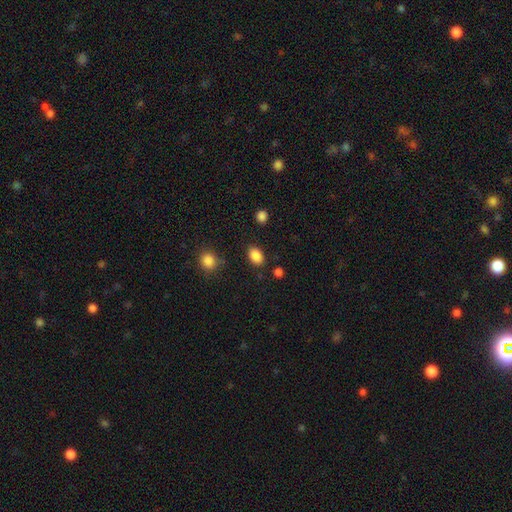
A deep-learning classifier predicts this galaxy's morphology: smooth_or_featured: smooth (p=0.87) [alt: star or artifact p=0.09]
how_rounded: in between (p=0.82) [alt: round p=0.16]
merging: none (p=0.84) [alt: minor disturbance p=0.11]